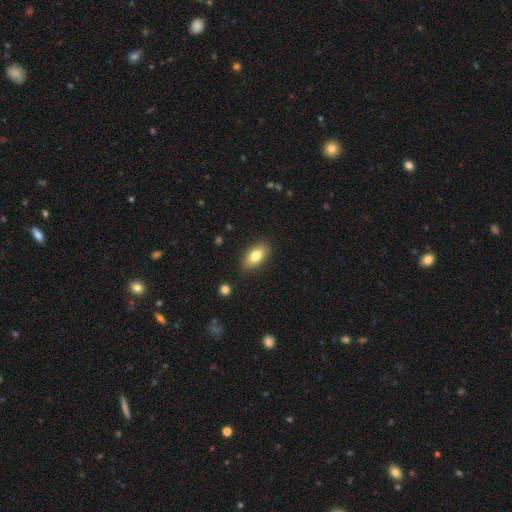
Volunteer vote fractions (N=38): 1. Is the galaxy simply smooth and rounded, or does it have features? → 89% smooth, 5% featured or disk, 5% star or artifact.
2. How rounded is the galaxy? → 88% in between, 6% round, 6% cigar-shaped.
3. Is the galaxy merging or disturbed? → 86% none, 14% minor disturbance, 0% major disturbance, 0% merger.